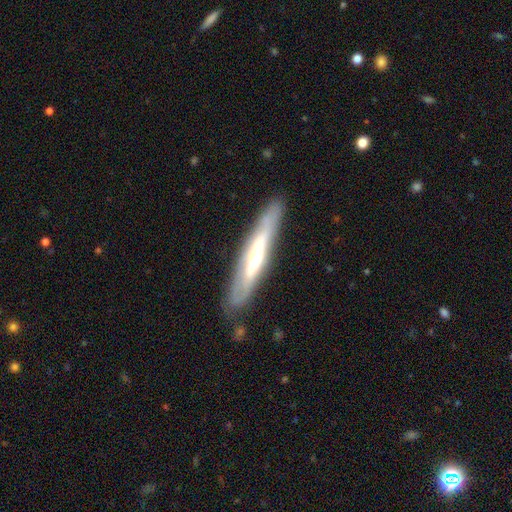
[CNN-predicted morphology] type=featured or disk (60%); edge-on=yes (77%); merging=none (83%).